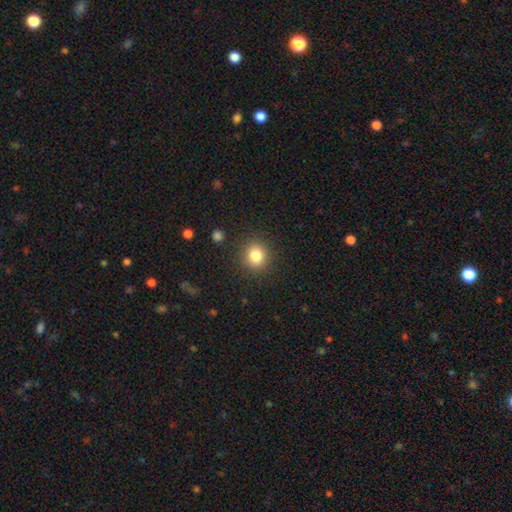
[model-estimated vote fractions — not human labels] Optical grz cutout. It shows a smooth galaxy with no disk features (82%) that is round (84%). Merging: none (89%).